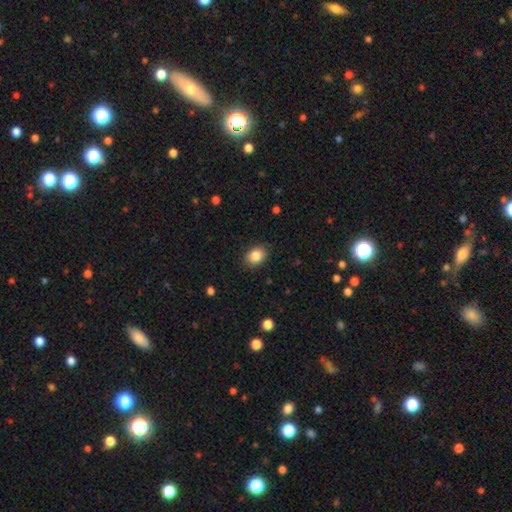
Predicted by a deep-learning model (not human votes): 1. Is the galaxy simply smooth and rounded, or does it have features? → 86% smooth, 8% star or artifact, 6% featured or disk.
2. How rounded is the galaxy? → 61% in between, 38% round, 1% cigar-shaped.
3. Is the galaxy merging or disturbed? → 87% none, 10% minor disturbance, 2% major disturbance, 1% merger.